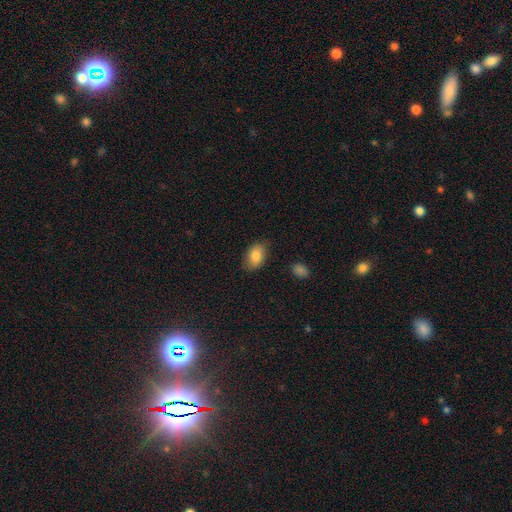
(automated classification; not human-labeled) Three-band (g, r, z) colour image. It shows a smooth galaxy with no disk features (83%) that is in between round and cigar-shaped (88%). Merging: none (80%).